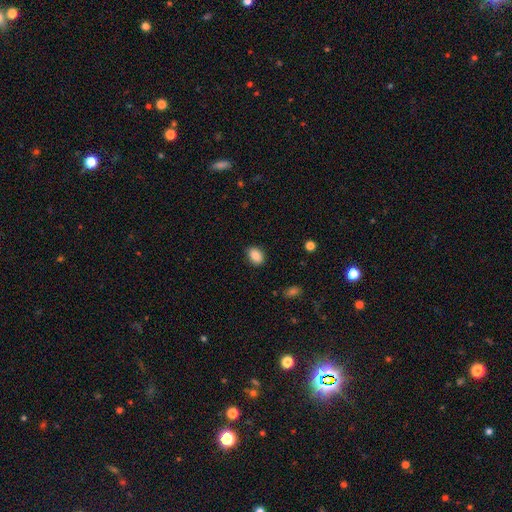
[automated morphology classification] A smooth galaxy with no disk features (87%) that is in between round and cigar-shaped (75%). Merging: none (86%).